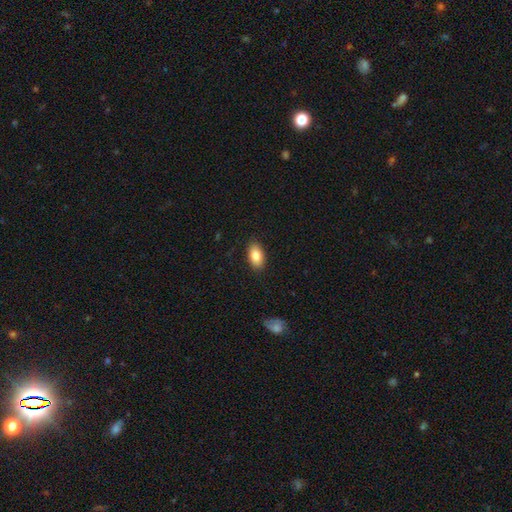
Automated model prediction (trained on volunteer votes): A smooth galaxy with no disk features (85%) that is in between round and cigar-shaped (93%).

Vote fractions:
- Smooth or featured? smooth: 85% / featured or disk: 8% / star or artifact: 7%
- How rounded? in between: 93% / round: 5% / cigar-shaped: 2%
- Merging? none: 88% / minor disturbance: 9% / major disturbance: 2% / merger: 1%